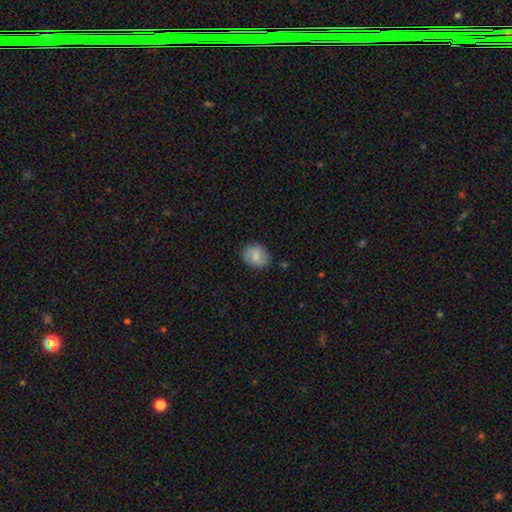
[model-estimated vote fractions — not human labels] Smooth or featured? Predicted: smooth (p=0.80). How rounded? Predicted: in between (p=0.52). Merging? Predicted: none (p=0.81).